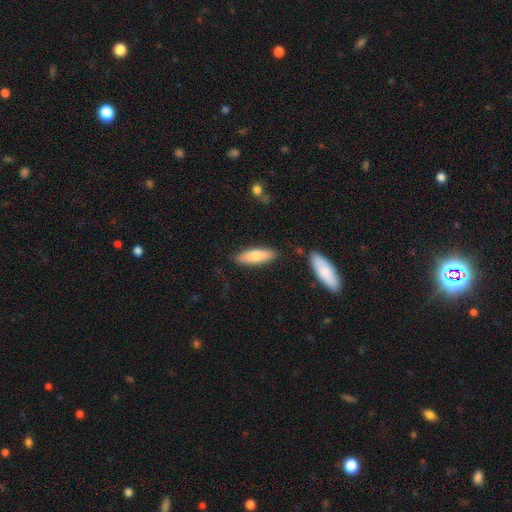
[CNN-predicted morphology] type=smooth (79%); roundness=in between (50%); merging=none (81%).